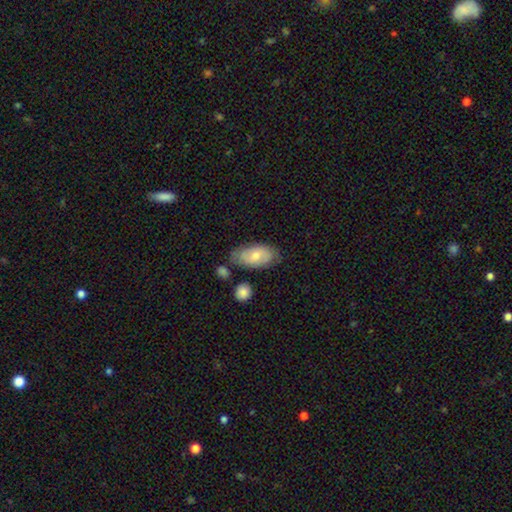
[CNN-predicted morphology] This appears to be a smooth galaxy with no disk features (65%) that is in between round and cigar-shaped (92%). Merging: none (66%).